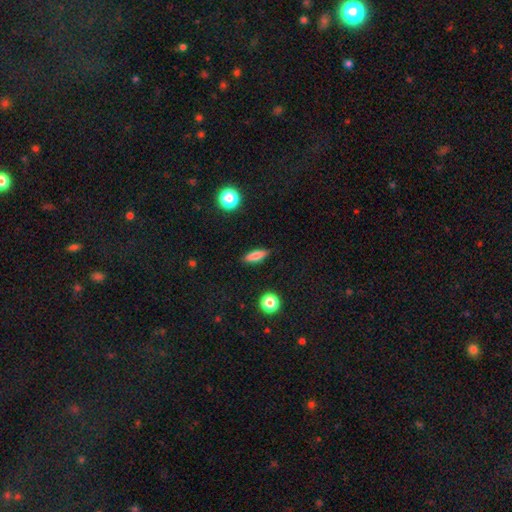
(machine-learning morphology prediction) smooth 74%, featured or disk 17%, star or artifact 8%. Down the decision tree: how rounded — cigar-shaped (50%); merging — none (88%).